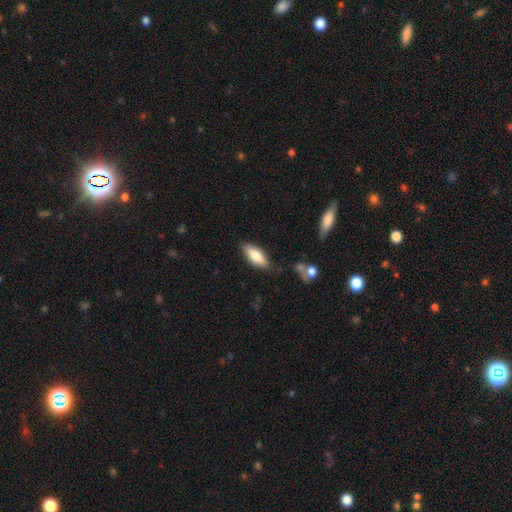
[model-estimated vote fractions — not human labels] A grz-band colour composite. It shows a smooth galaxy with no disk features (72%) that is in between round and cigar-shaped (71%). Merging: none (82%).